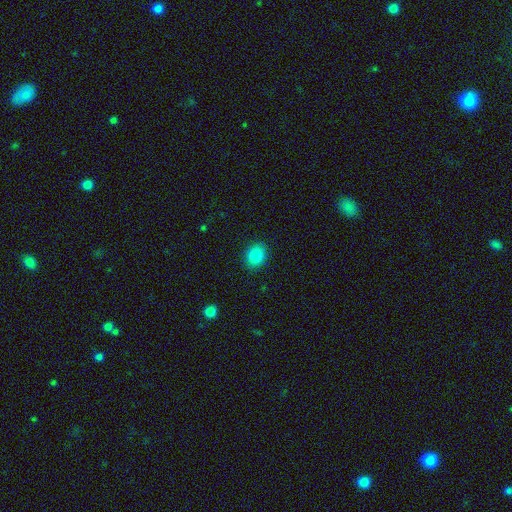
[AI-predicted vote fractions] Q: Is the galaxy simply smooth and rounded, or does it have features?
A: smooth — 85%.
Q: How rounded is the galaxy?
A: in between — 54%.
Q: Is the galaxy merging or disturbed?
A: none — 89%.